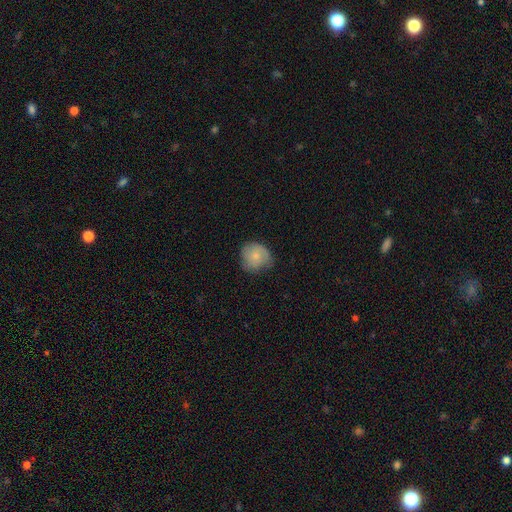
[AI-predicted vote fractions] Smooth or featured: smooth — 71% (featured or disk — 22%)
How rounded: round — 81% (in between — 18%)
Merging: none — 61% (minor disturbance — 31%)